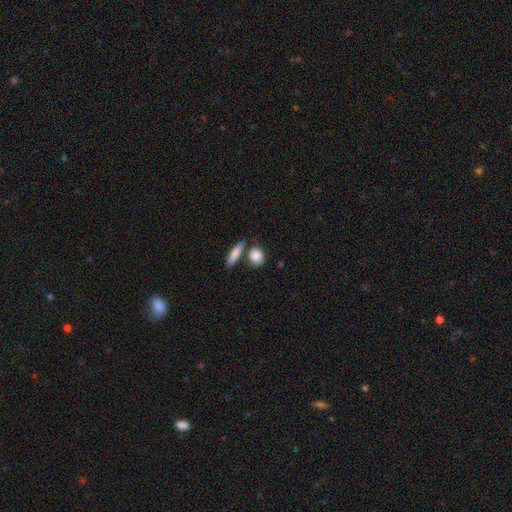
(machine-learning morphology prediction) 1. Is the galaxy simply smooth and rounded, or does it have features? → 87% smooth, 7% featured or disk, 6% star or artifact.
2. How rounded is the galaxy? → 48% round, 44% in between, 8% cigar-shaped.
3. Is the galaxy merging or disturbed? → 67% none, 17% merger, 13% minor disturbance, 4% major disturbance.